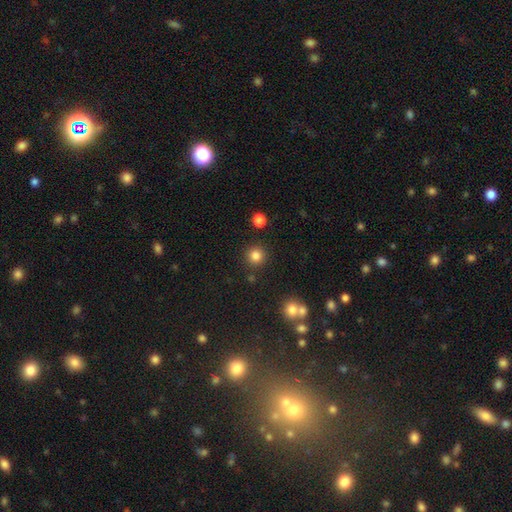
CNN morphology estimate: Smooth or featured? smooth (83%)
How rounded? round (94%)
Merging? none (89%)